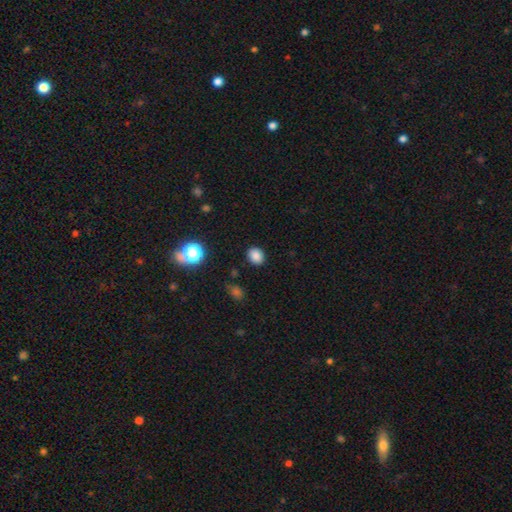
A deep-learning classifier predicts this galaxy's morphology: Smooth or featured?
  - smooth: 84% *
  - star or artifact: 12%
  - featured or disk: 4%
How rounded?
  - round: 58% *
  - in between: 41%
  - cigar-shaped: 1%
Merging?
  - none: 88% *
  - minor disturbance: 8%
  - major disturbance: 2%
  - merger: 1%